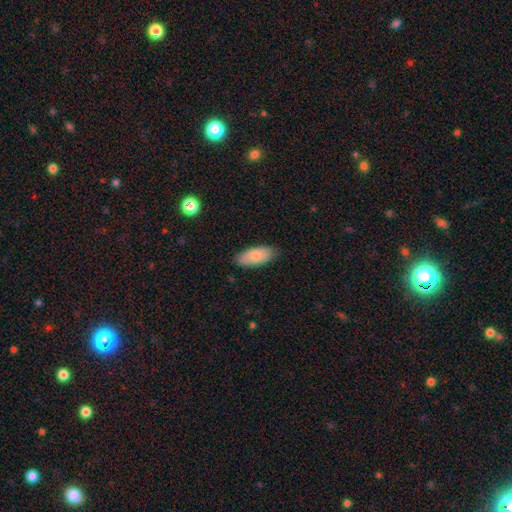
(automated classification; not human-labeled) smooth 82%, featured or disk 12%, star or artifact 6%. Down the decision tree: how rounded — in between (88%); merging — none (83%).